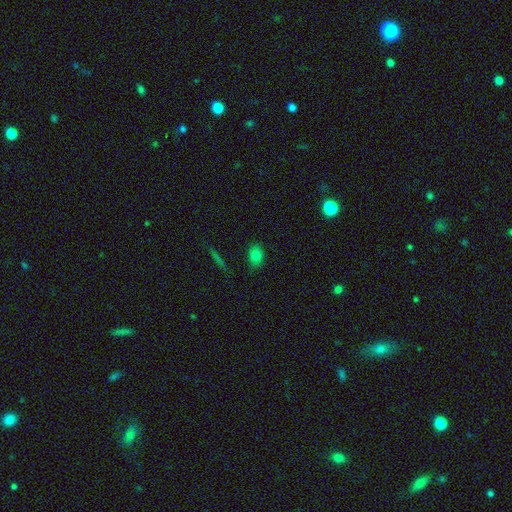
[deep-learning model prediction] smooth-or-featured: smooth: 79% | star or artifact: 13% | featured or disk: 8%
  how-rounded: in between: 64% | round: 34% | cigar-shaped: 2%
  merging: none: 81% | minor disturbance: 15% | major disturbance: 3% | merger: 2%